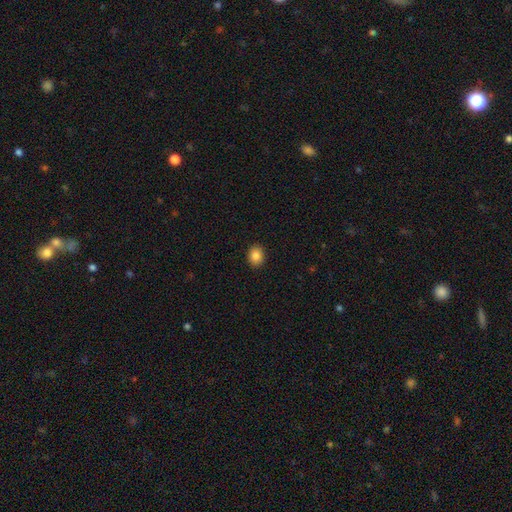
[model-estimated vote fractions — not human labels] smooth_or_featured: smooth (p=0.86) [alt: star or artifact p=0.10]
how_rounded: round (p=0.61) [alt: in between p=0.38]
merging: none (p=0.91) [alt: minor disturbance p=0.06]